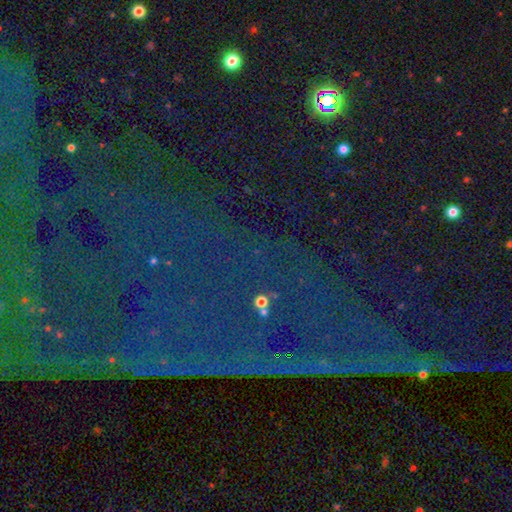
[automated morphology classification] Overall: star or artifact (83%).